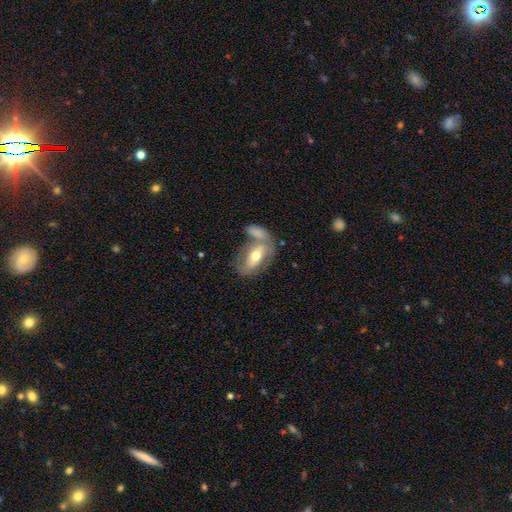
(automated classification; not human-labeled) smooth_or_featured: featured or disk (p=0.54) [alt: smooth p=0.41]
disk_edge_on: no (p=0.83) [alt: yes p=0.17]
merging: none (p=0.41) [alt: merger p=0.37]